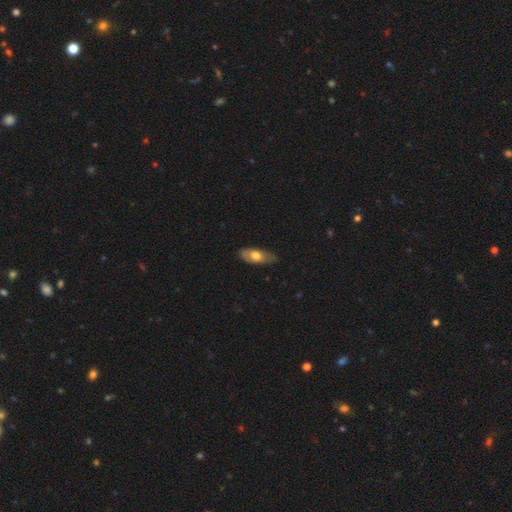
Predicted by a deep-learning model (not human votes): Q: Smooth or featured?
A: smooth (61%); runner-up: featured or disk (33%)
Q: How rounded?
A: in between (82%); runner-up: cigar-shaped (15%)
Q: Merging?
A: none (78%); runner-up: minor disturbance (18%)